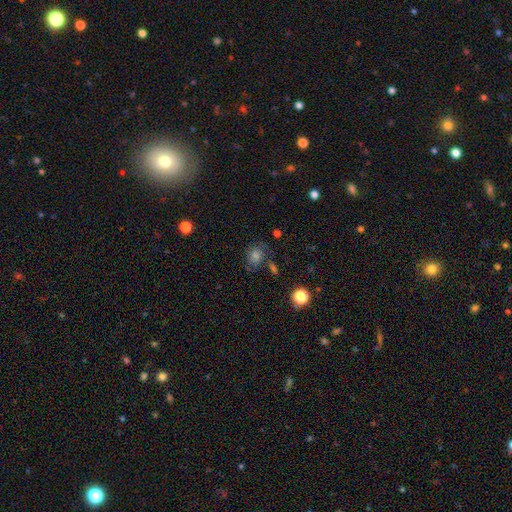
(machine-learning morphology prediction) smooth 54%, star or artifact 25%, featured or disk 21%. Down the decision tree: how rounded — round (57%); merging — none (65%).